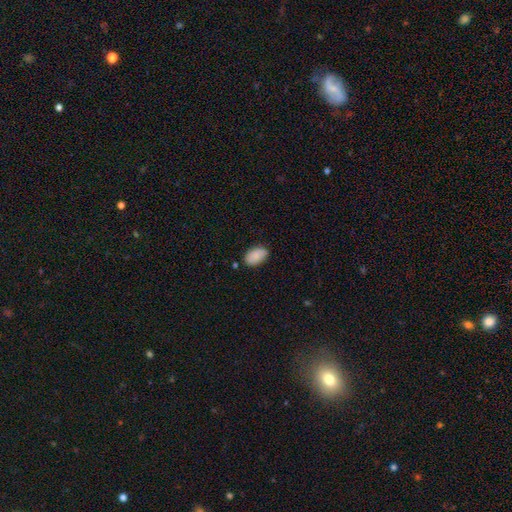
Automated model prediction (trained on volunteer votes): This is clearly a smooth galaxy (87%). How rounded: clearly in between (94%). Merging: clearly none (81%).